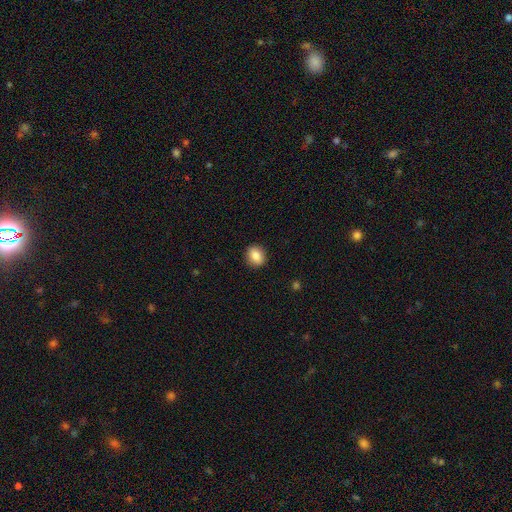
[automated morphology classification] A smooth galaxy with no disk features (86%) that is round (54%).

Vote fractions:
- Smooth or featured? smooth: 86% / star or artifact: 8% / featured or disk: 6%
- How rounded? round: 54% / in between: 44% / cigar-shaped: 1%
- Merging? none: 89% / minor disturbance: 8% / major disturbance: 2% / merger: 1%